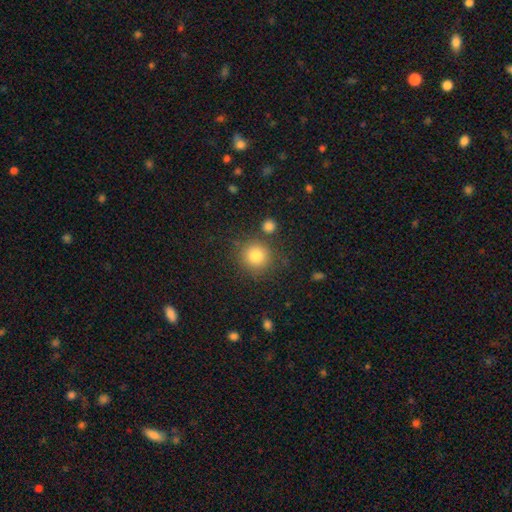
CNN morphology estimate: smooth-or-featured: smooth: 82% | star or artifact: 11% | featured or disk: 7%
  how-rounded: round: 91% | in between: 8% | cigar-shaped: 1%
  merging: none: 78% | minor disturbance: 11% | merger: 8% | major disturbance: 4%